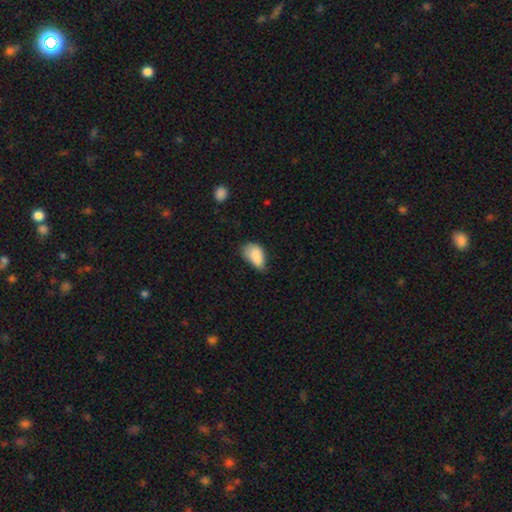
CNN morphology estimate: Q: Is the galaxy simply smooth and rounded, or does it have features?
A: smooth — 83%.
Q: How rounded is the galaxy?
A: in between — 89%.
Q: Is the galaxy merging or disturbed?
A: minor disturbance — 47%.